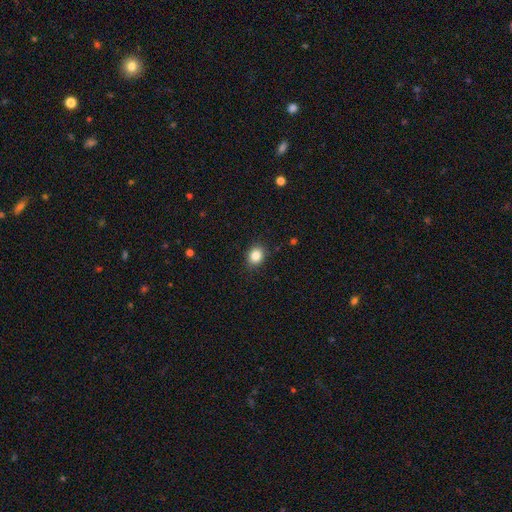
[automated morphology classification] A smooth galaxy with no disk features (86%) that is round (61%). Merging: none (88%).